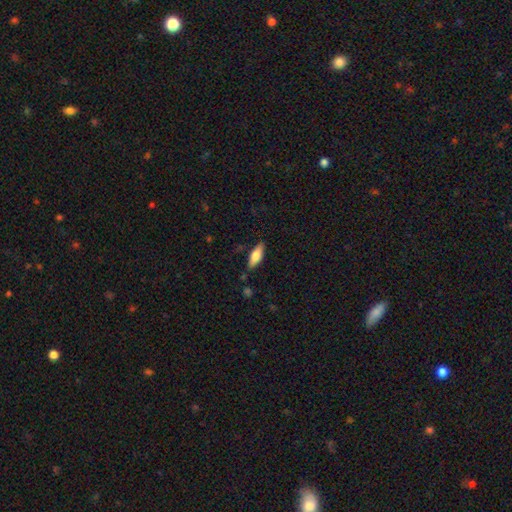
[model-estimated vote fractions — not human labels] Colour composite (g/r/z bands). It shows a smooth galaxy with no disk features (69%) that is in between round and cigar-shaped (64%). Merging: none (83%).